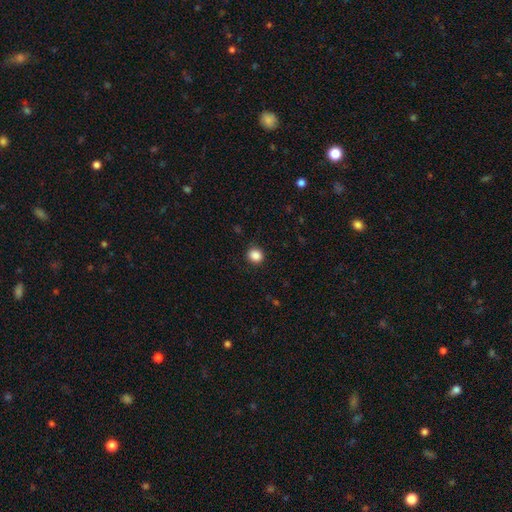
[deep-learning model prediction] Smooth or featured?
  - smooth: 87% *
  - star or artifact: 10%
  - featured or disk: 3%
How rounded?
  - round: 83% *
  - in between: 16%
  - cigar-shaped: 1%
Merging?
  - none: 90% *
  - minor disturbance: 7%
  - major disturbance: 2%
  - merger: 1%